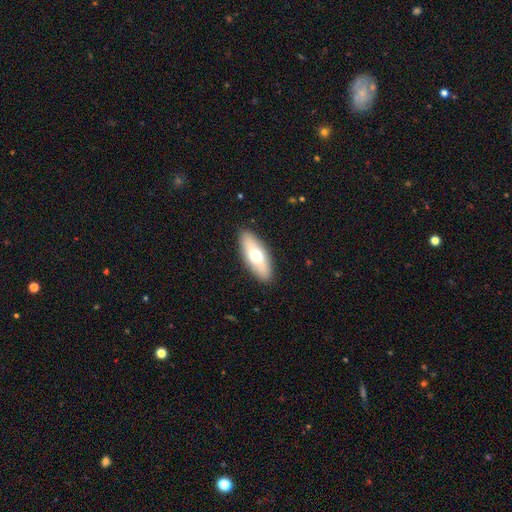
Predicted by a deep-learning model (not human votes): Smooth or featured? Predicted: smooth (p=0.63). How rounded? Predicted: in between (p=0.75). Merging? Predicted: none (p=0.90).